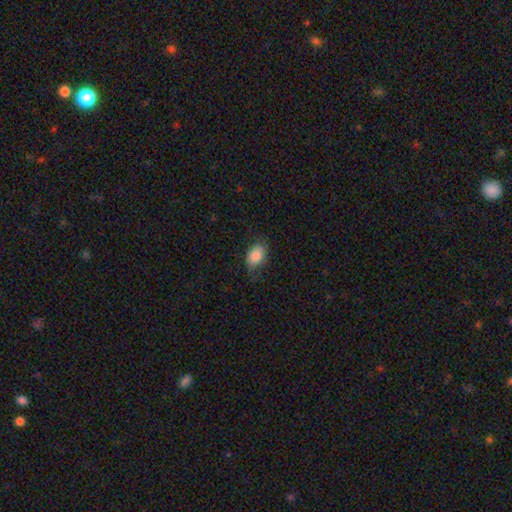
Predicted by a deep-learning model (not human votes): Overall: smooth (82%). How rounded: in between (88%). Merging: none (68%).